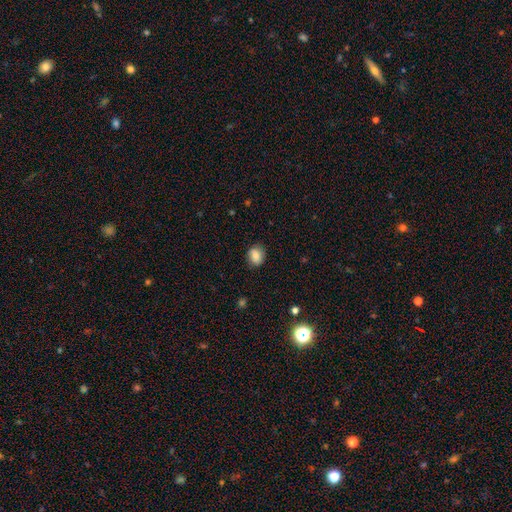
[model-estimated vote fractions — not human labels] A smooth galaxy with no disk features (82%) that is round (53%). Merging: none (84%).